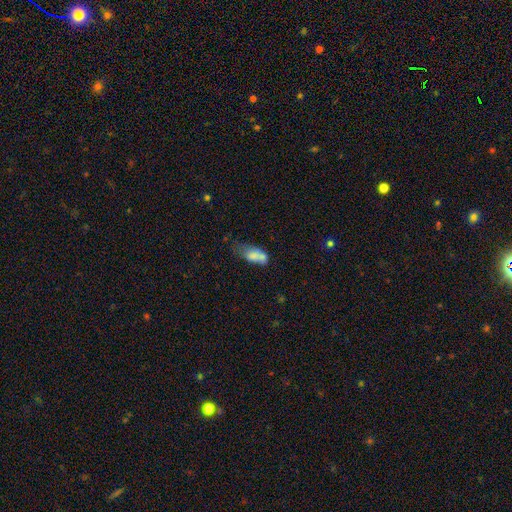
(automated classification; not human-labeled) A smooth galaxy with no disk features (72%) that is in between round and cigar-shaped (86%). Merging: minor disturbance (31%).